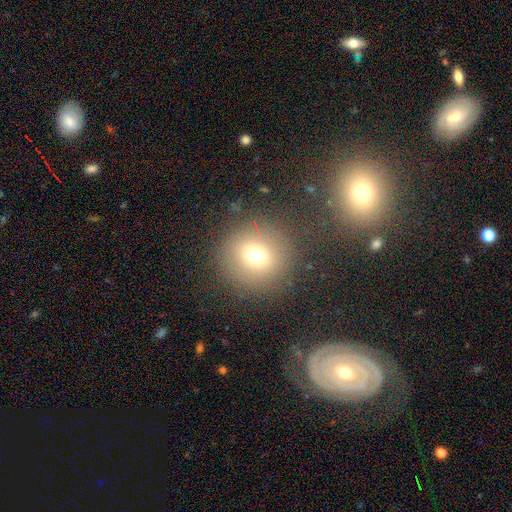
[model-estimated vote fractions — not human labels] Q: Smooth or featured?
A: smooth (71%); runner-up: star or artifact (17%)
Q: How rounded?
A: round (93%); runner-up: in between (6%)
Q: Merging?
A: none (84%); runner-up: minor disturbance (8%)